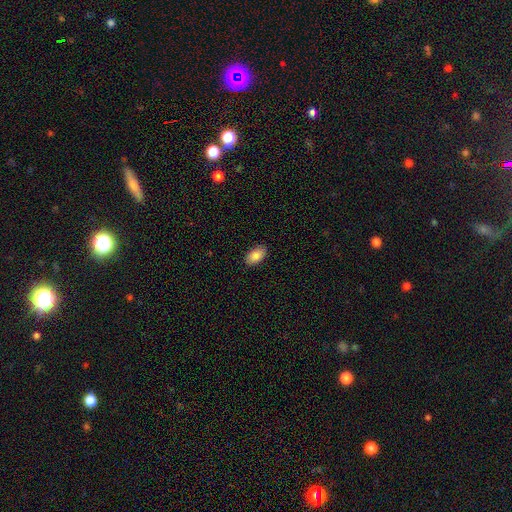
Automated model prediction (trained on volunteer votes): Q: Smooth or featured?
A: smooth (87%); runner-up: star or artifact (7%)
Q: How rounded?
A: in between (94%); runner-up: round (4%)
Q: Merging?
A: none (88%); runner-up: minor disturbance (9%)